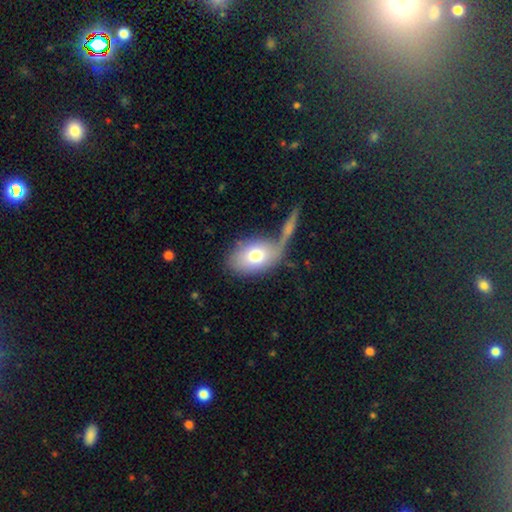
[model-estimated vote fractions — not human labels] This appears to be a smooth galaxy with no disk features (73%) that is in between round and cigar-shaped (82%). Merging: none (51%).